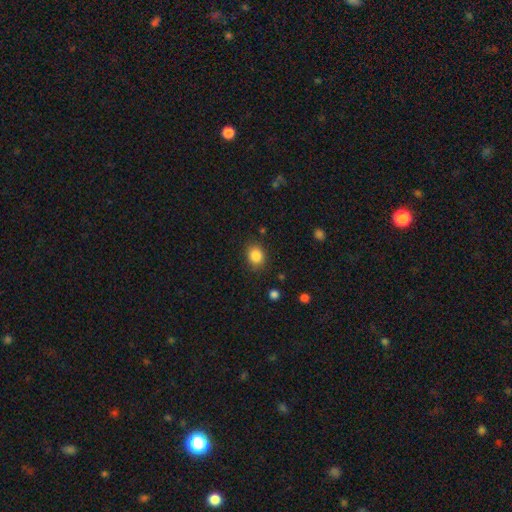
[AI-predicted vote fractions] Q: Smooth or featured?
A: smooth (86%); runner-up: star or artifact (10%)
Q: How rounded?
A: round (59%); runner-up: in between (40%)
Q: Merging?
A: none (84%); runner-up: minor disturbance (11%)